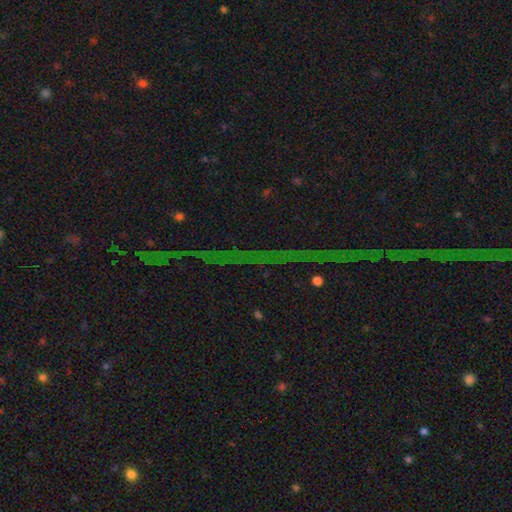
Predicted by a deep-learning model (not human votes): Smooth or featured? star or artifact (80%)